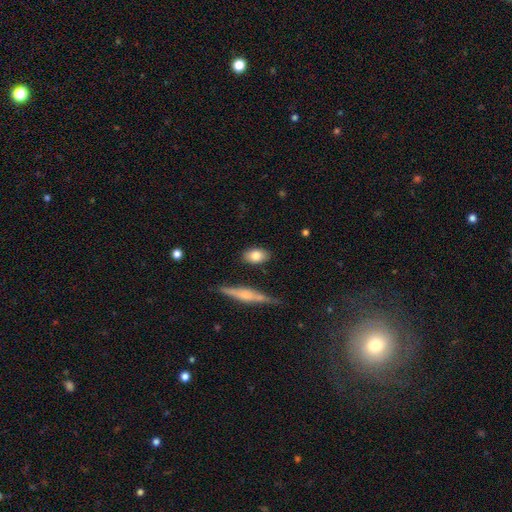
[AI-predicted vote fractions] Smooth or featured?
  - smooth: 78% *
  - featured or disk: 15%
  - star or artifact: 7%
How rounded?
  - in between: 83% *
  - round: 12%
  - cigar-shaped: 5%
Merging?
  - none: 83% *
  - minor disturbance: 11%
  - merger: 3%
  - major disturbance: 3%